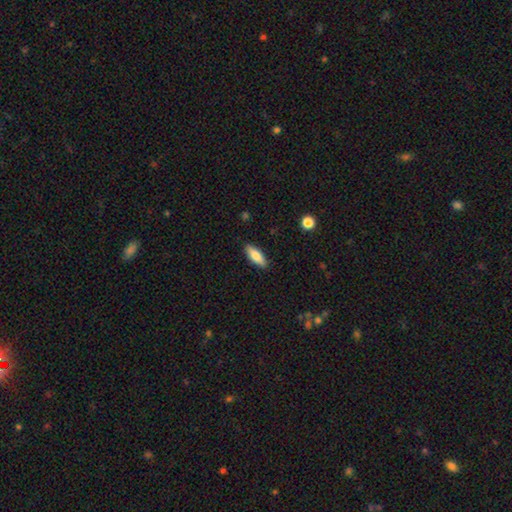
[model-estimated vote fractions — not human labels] Overall: smooth (79%). How rounded: in between (68%; cigar-shaped 30%). Merging: none (88%).